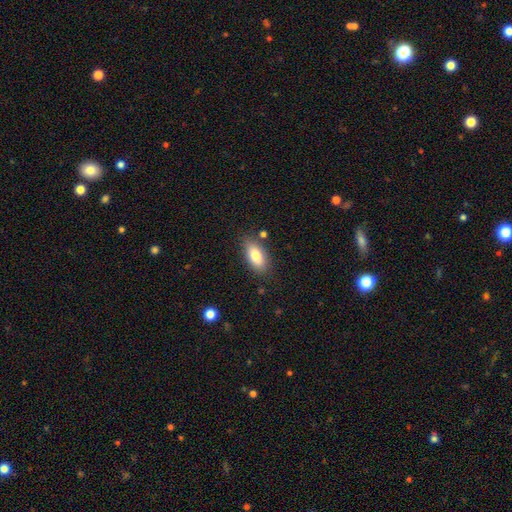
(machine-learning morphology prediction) smooth-or-featured: smooth: 81% | featured or disk: 12% | star or artifact: 7%
  how-rounded: in between: 87% | cigar-shaped: 9% | round: 3%
  merging: none: 81% | minor disturbance: 13% | merger: 3% | major disturbance: 3%